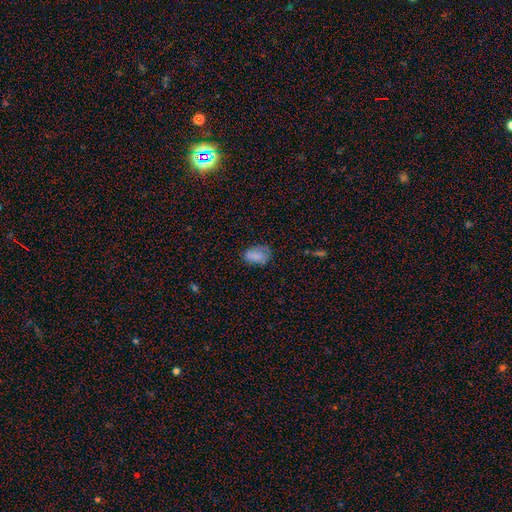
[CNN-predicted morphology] The model was most divided on "merging": none: 63%, minor disturbance: 26%, major disturbance: 8%, merger: 2%. More confident: how rounded — in between (85%); smooth or featured — smooth (80%).